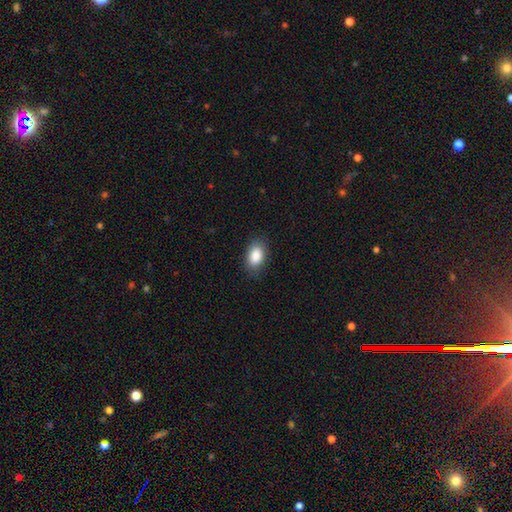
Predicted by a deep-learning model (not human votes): This is clearly a smooth galaxy (87%). How rounded: clearly in between (90%). Merging: clearly none (83%).